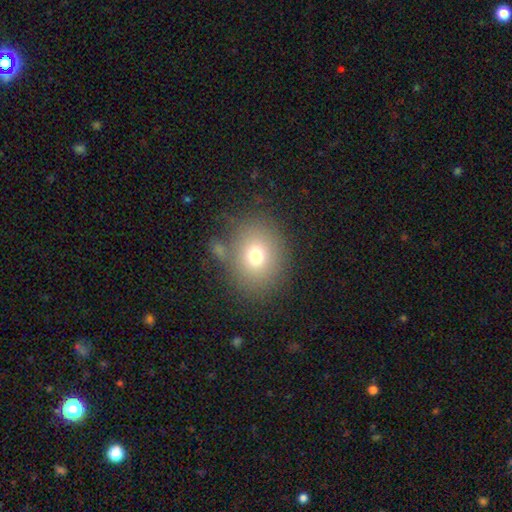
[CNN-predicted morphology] type=smooth (73%); roundness=round (61%); merging=none (75%).